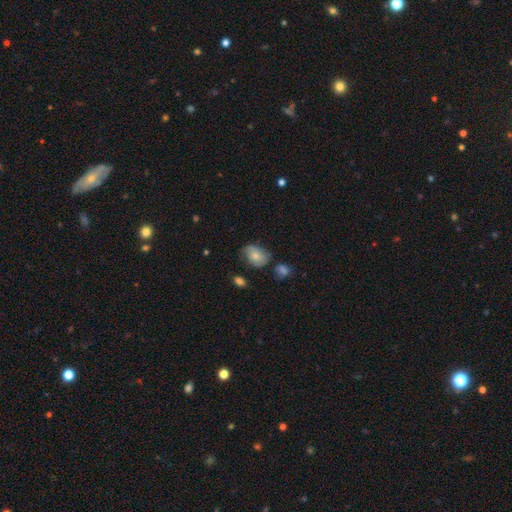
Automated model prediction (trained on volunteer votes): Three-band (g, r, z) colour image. It shows a smooth galaxy with no disk features (68%) that is in between round and cigar-shaped (71%). Merging: none (50%).